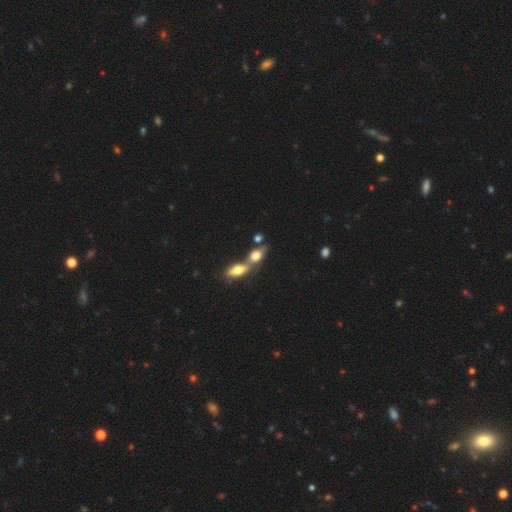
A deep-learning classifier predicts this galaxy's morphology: Smooth or featured?
  - smooth: 66% *
  - featured or disk: 22%
  - star or artifact: 12%
How rounded?
  - in between: 72% *
  - round: 18%
  - cigar-shaped: 10%
Merging?
  - merger: 64% *
  - none: 26%
  - minor disturbance: 7%
  - major disturbance: 4%